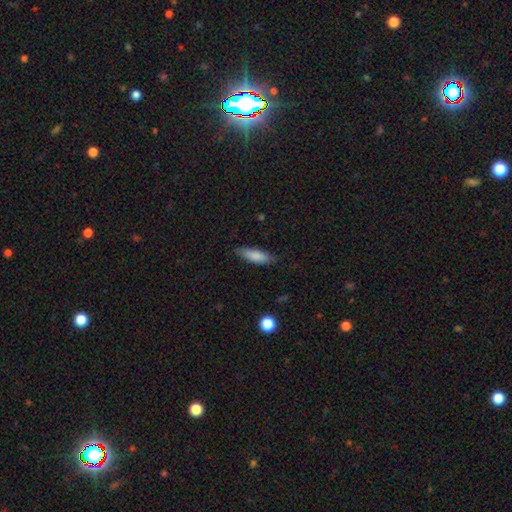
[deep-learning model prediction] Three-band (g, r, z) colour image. It shows a smooth galaxy with no disk features (84%) that is in between round and cigar-shaped (57%). Merging: none (78%).